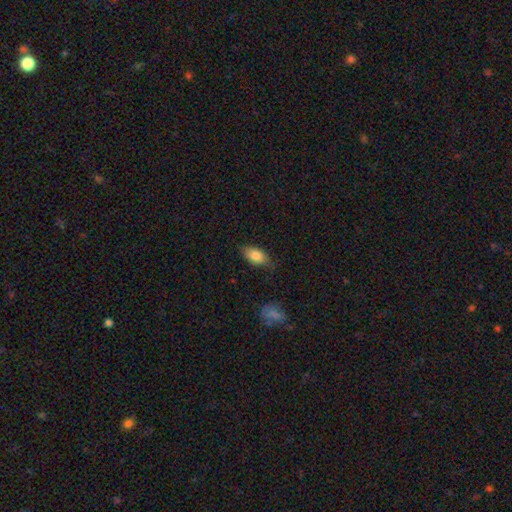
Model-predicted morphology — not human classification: Smooth or featured?
  - smooth: 80% *
  - featured or disk: 13%
  - star or artifact: 7%
How rounded?
  - in between: 89% *
  - cigar-shaped: 7%
  - round: 4%
Merging?
  - none: 73% *
  - minor disturbance: 21%
  - major disturbance: 4%
  - merger: 2%